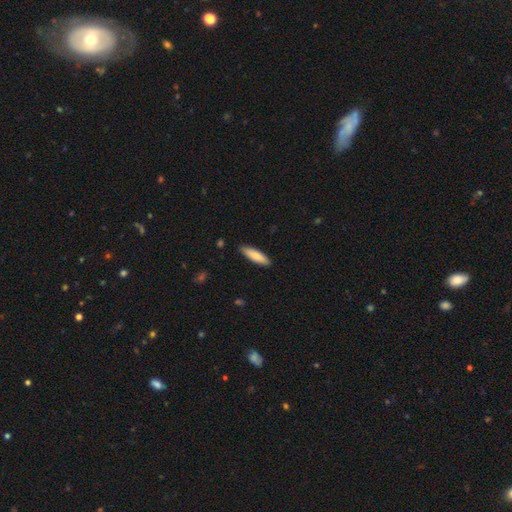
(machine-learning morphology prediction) type=smooth (84%); roundness=cigar-shaped (63%); merging=none (88%).